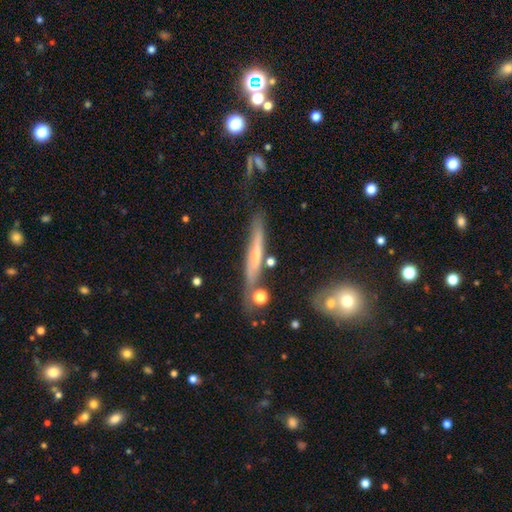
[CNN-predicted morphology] A featured or disk galaxy (51%) viewed edge-on (87%).

Vote fractions:
- Smooth or featured? featured or disk: 51% / smooth: 41% / star or artifact: 8%
- Edge-on disk? yes: 87% / no: 13%
- Merging? none: 68% / minor disturbance: 19% / merger: 7% / major disturbance: 5%